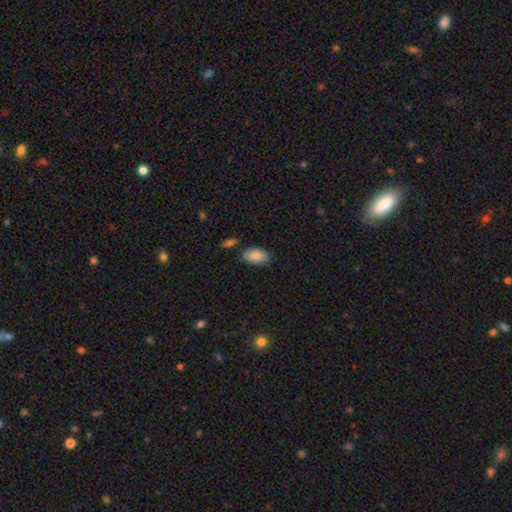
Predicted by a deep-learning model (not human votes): Smooth or featured? Predicted: smooth (p=0.86). How rounded? Predicted: in between (p=0.94). Merging? Predicted: none (p=0.80).